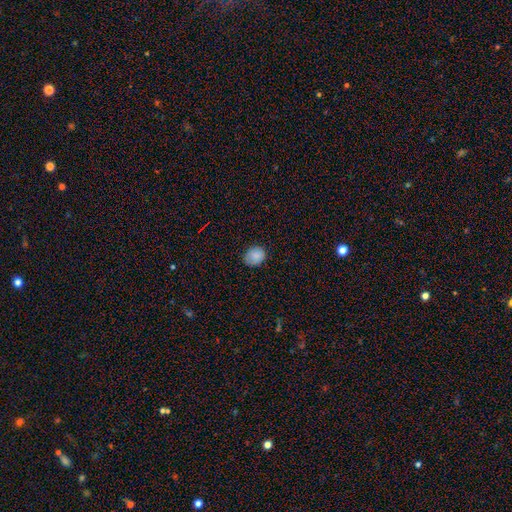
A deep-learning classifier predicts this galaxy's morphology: This appears to be a smooth galaxy with no disk features (86%) that is round (63%). Merging: none (83%).